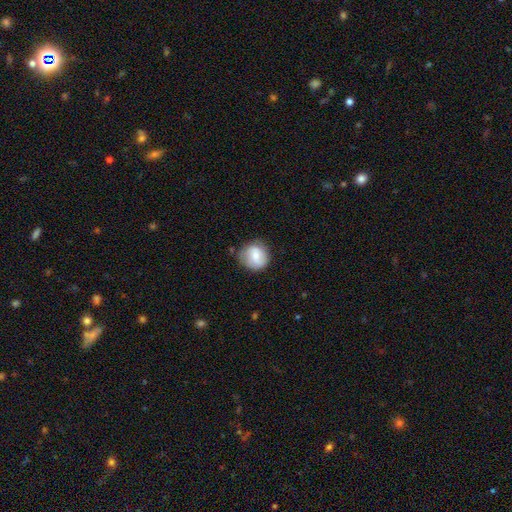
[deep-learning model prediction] smooth-or-featured: smooth: 65% | featured or disk: 28% | star or artifact: 7%
  how-rounded: round: 86% | in between: 13% | cigar-shaped: 1%
  merging: none: 70% | minor disturbance: 22% | major disturbance: 6% | merger: 2%